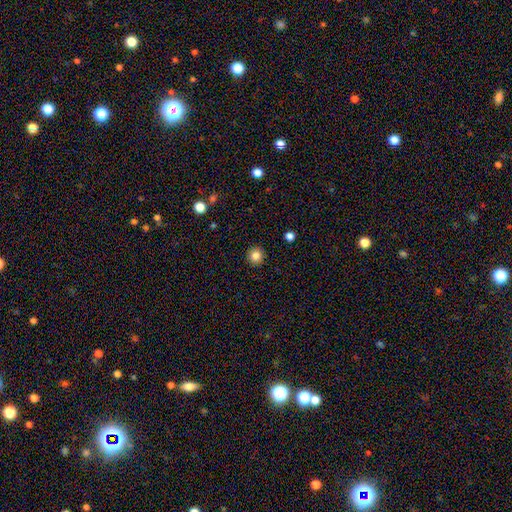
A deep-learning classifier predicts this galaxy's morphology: The model was most divided on "smooth or featured": smooth: 84%, star or artifact: 11%, featured or disk: 5%. More confident: how rounded — round (94%); merging — none (93%).